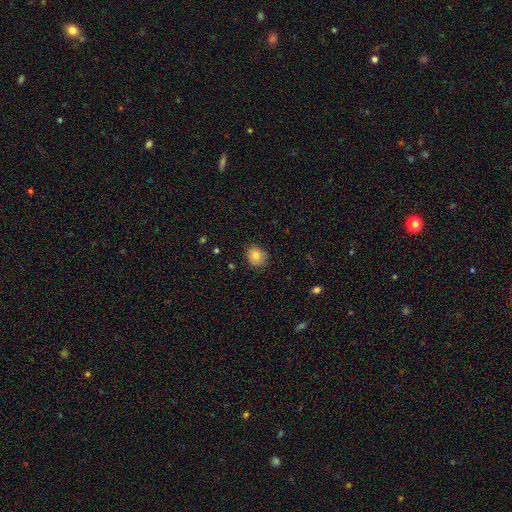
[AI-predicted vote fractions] A smooth galaxy with no disk features (83%) that is round (70%). Merging: none (82%).